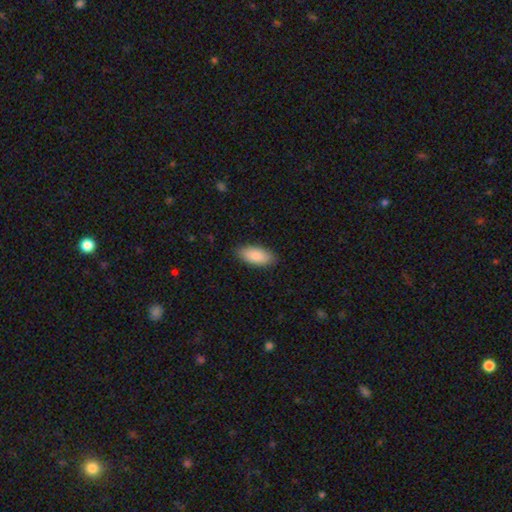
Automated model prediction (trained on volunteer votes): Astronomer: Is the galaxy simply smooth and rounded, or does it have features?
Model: smooth — 88%.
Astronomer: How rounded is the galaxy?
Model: in between — 89%.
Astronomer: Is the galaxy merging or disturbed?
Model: none — 87%.